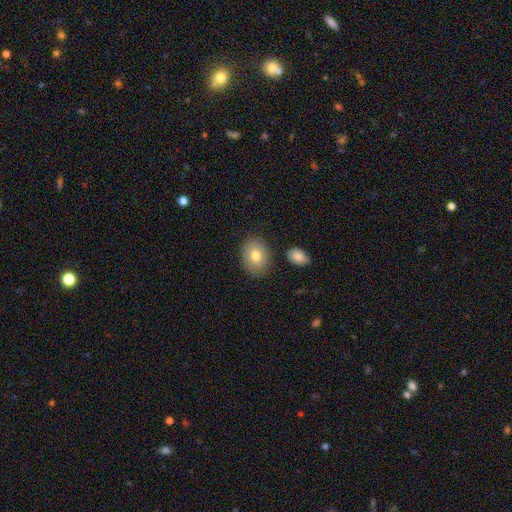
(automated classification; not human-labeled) A smooth galaxy with no disk features (78%) that is in between round and cigar-shaped (62%). Merging: none (83%).